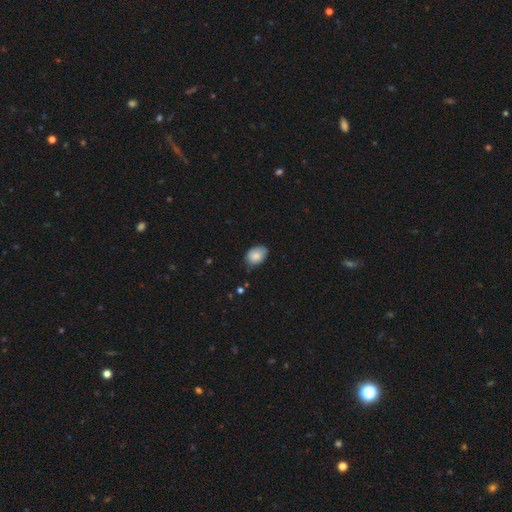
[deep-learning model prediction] smooth_or_featured: smooth (p=0.84) [alt: featured or disk p=0.09]
how_rounded: in between (p=0.81) [alt: round p=0.18]
merging: none (p=0.65) [alt: minor disturbance p=0.29]